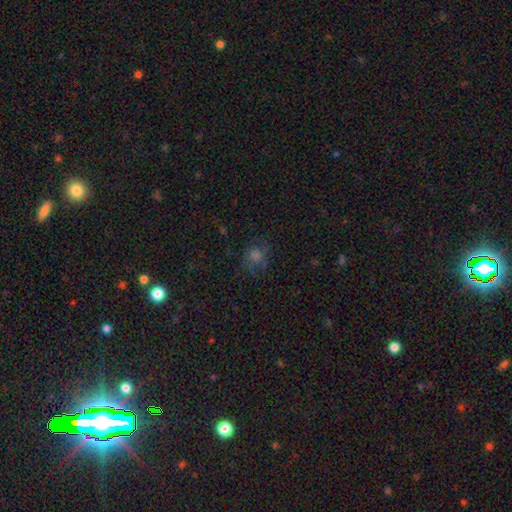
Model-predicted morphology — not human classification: Smooth or featured: smooth — 48% (star or artifact — 30%)
Merging: none — 68% (minor disturbance — 18%)